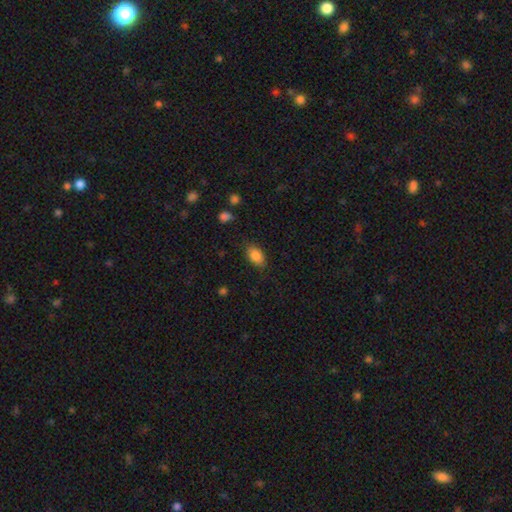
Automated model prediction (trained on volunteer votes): A smooth galaxy with no disk features (86%) that is in between round and cigar-shaped (88%).

Vote fractions:
- Smooth or featured? smooth: 86% / star or artifact: 8% / featured or disk: 6%
- How rounded? in between: 88% / round: 10% / cigar-shaped: 2%
- Merging? none: 79% / minor disturbance: 15% / major disturbance: 4% / merger: 1%